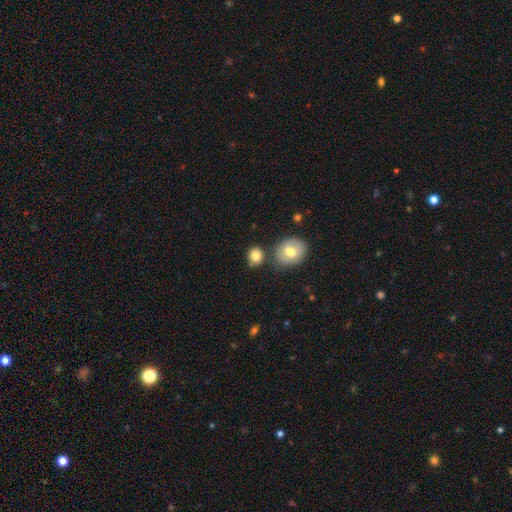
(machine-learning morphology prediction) This is clearly a smooth galaxy (84%). How rounded: likely round (75%). Merging: likely none (72%).